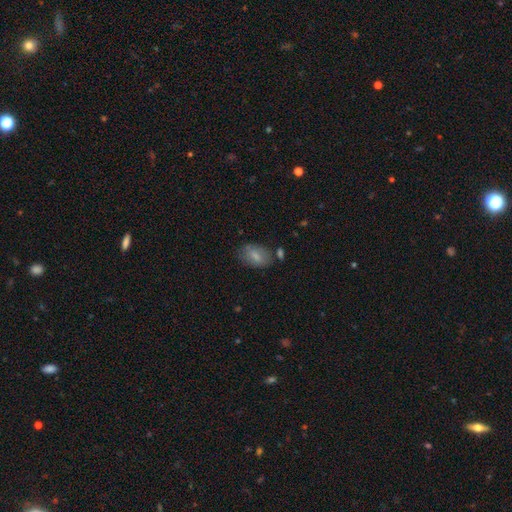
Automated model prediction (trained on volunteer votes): Morphology: type=smooth (76%); roundness=in between (90%); merging=none (68%).